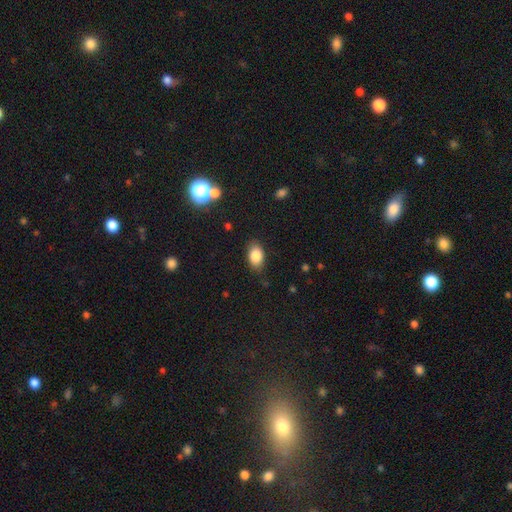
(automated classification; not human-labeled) Morphology: type=smooth (86%); roundness=in between (88%); merging=none (83%).